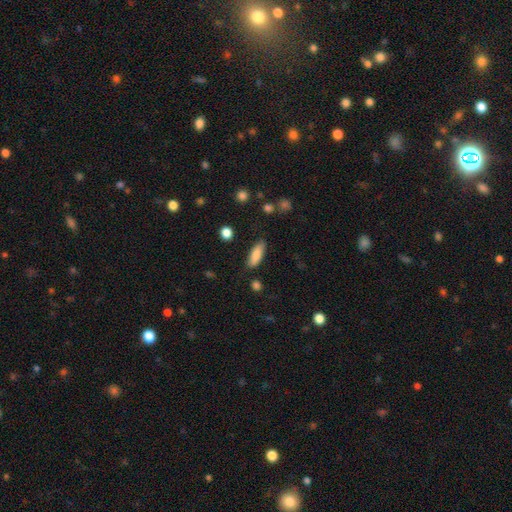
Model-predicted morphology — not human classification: The model was most divided on "how rounded": in between: 59%, cigar-shaped: 39%, round: 2%. More confident: smooth or featured — smooth (84%); merging — none (80%).